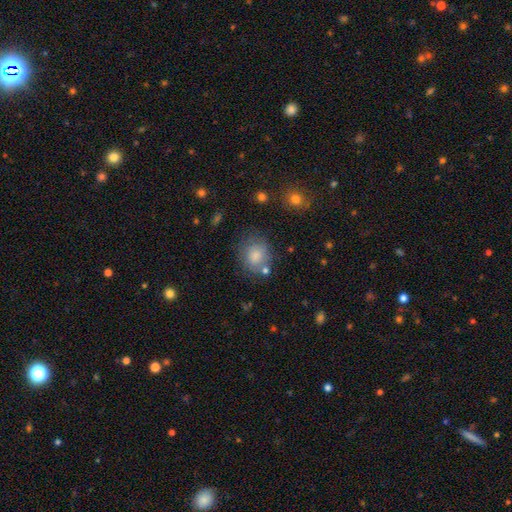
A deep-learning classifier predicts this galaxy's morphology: smooth-or-featured: smooth: 80% | featured or disk: 11% | star or artifact: 9%
  how-rounded: round: 65% | in between: 34% | cigar-shaped: 1%
  merging: none: 65% | minor disturbance: 19% | major disturbance: 8% | merger: 7%